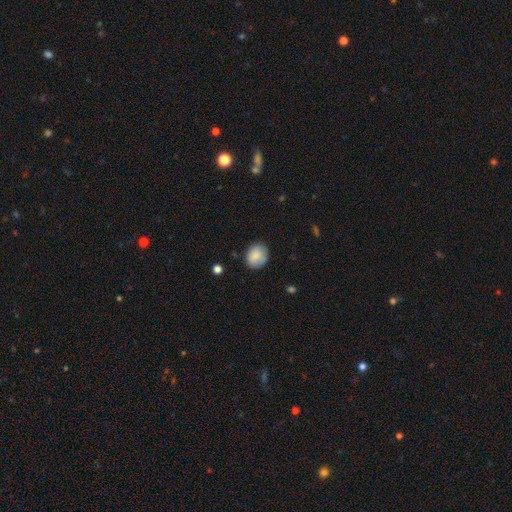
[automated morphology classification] A smooth galaxy with no disk features (84%) that is round (51%). Merging: none (76%).